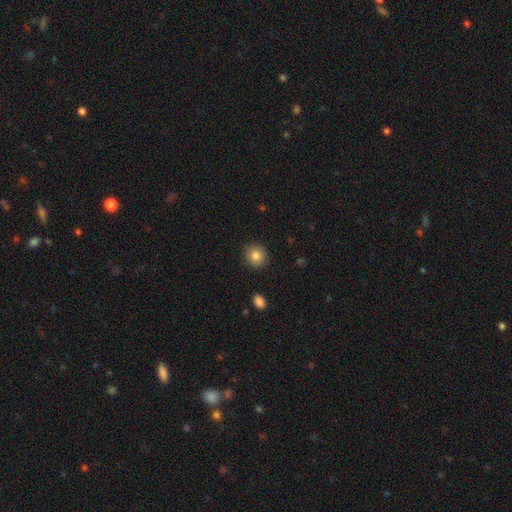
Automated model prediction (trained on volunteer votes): The model was most divided on "smooth or featured": smooth: 84%, star or artifact: 9%, featured or disk: 7%. More confident: merging — none (90%); how rounded — round (88%).